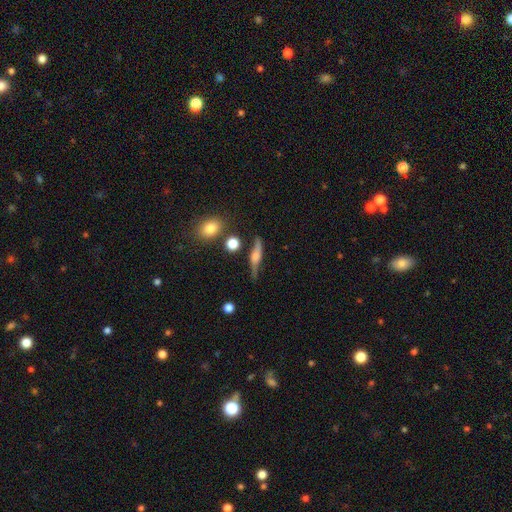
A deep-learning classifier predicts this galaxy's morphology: Overall: featured or disk (63%; smooth 29%). Edge-on disk: yes (84%). Edge-on bulge: rounded (78%). Merging: none (69%).